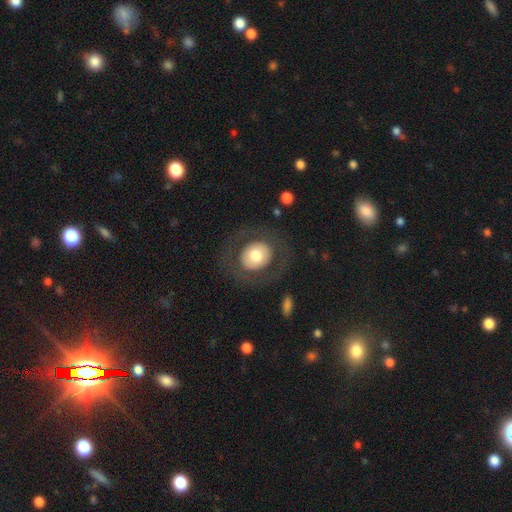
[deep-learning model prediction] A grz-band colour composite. It shows a smooth galaxy with no disk features (60%) that is round (71%). Merging: none (80%).